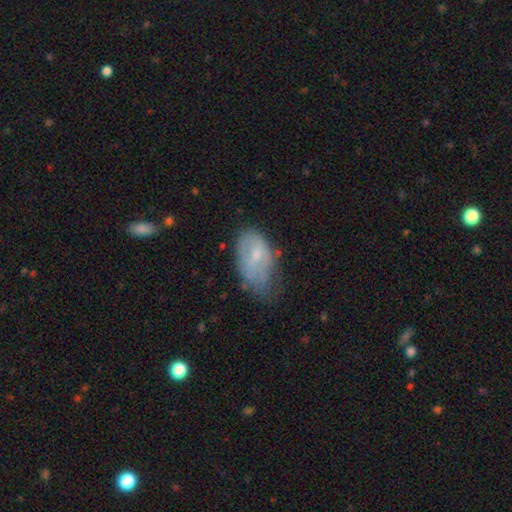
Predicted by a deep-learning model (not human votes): Smooth or featured: smooth — 50% (featured or disk — 42%)
Merging: minor disturbance — 43% (none — 37%)